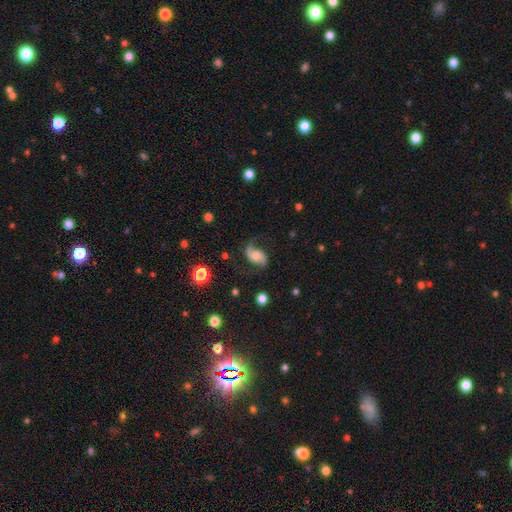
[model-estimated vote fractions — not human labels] A featured or disk galaxy (79%) with no bar (59%), 2 (89%) loose (62%) spiral arms (95%) and a moderate central bulge (58%).

Vote fractions:
- Smooth or featured? featured or disk: 79% / smooth: 14% / star or artifact: 7%
- Edge-on disk? no: 97% / yes: 3%
- Bar? no: 59% / weak: 31% / strong: 10%
- Spiral arms? yes: 95% / no: 5%
- Spiral winding? loose: 62% / medium: 30% / tight: 8%
- Spiral arm count? 2: 89% / 1: 6% / can't tell: 3% / 3: 1% / 4: 1% / more than 4: 1%
- Bulge size? moderate: 58% / small: 27% / large: 9% / none: 4% / dominant: 2%
- Merging? none: 69% / minor disturbance: 18% / major disturbance: 11% / merger: 2%